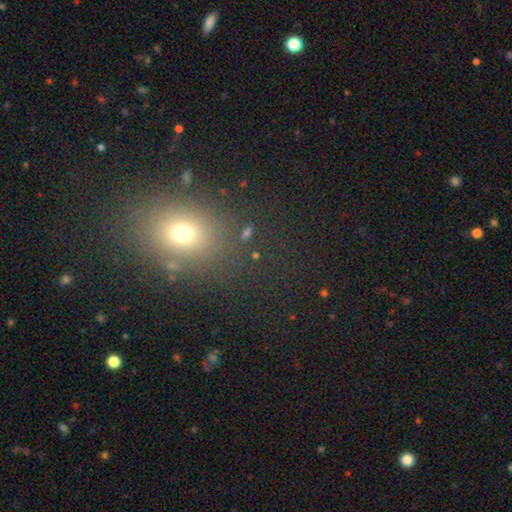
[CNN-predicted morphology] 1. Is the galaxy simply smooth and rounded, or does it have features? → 54% smooth, 36% star or artifact, 11% featured or disk.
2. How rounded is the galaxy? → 67% round, 30% in between, 3% cigar-shaped.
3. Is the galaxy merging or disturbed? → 79% none, 9% minor disturbance, 6% major disturbance, 6% merger.